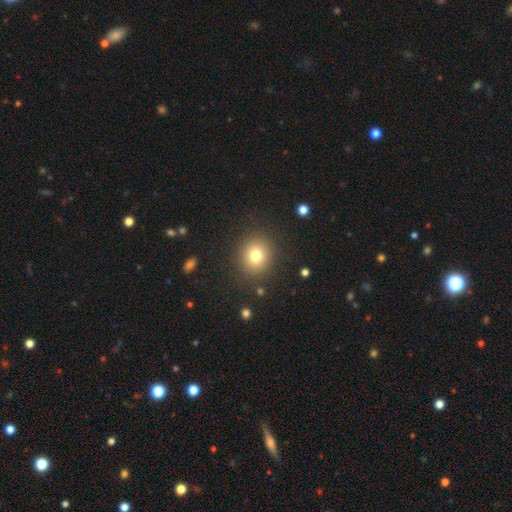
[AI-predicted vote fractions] smooth_or_featured: smooth (p=0.76) [alt: star or artifact p=0.14]
how_rounded: round (p=0.84) [alt: in between p=0.15]
merging: none (p=0.88) [alt: minor disturbance p=0.07]